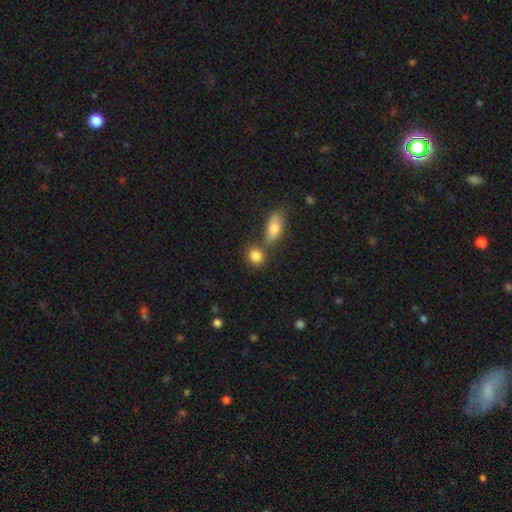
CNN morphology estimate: smooth 85%, star or artifact 9%, featured or disk 6%. Down the decision tree: how rounded — round (66%); merging — none (54%).